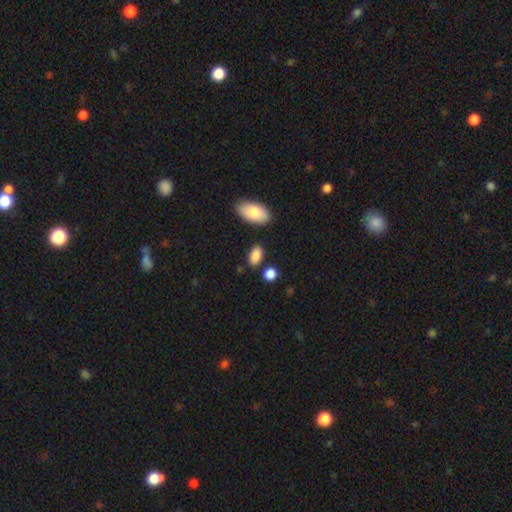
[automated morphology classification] Smooth or featured? Predicted: smooth (p=0.87). How rounded? Predicted: in between (p=0.89). Merging? Predicted: none (p=0.81).